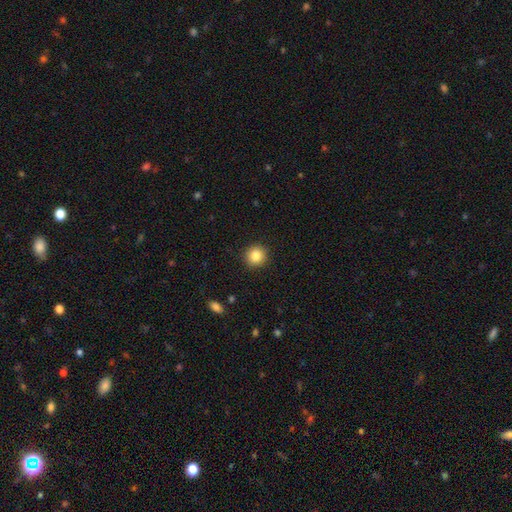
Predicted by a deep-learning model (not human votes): Overall: smooth (85%). How rounded: round (92%). Merging: none (92%).